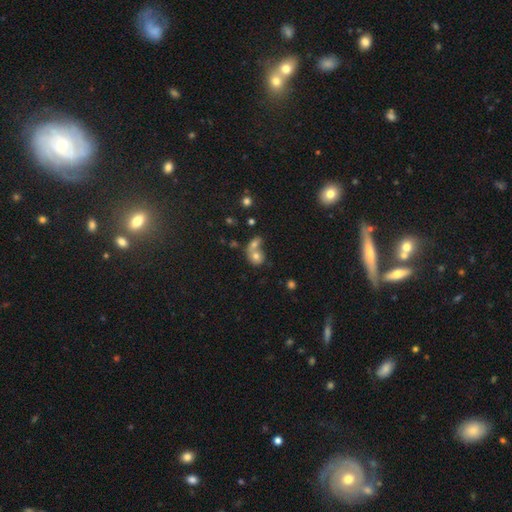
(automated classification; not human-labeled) Smooth or featured? smooth (71%)
How rounded? round (56%)
Merging? merger (66%)